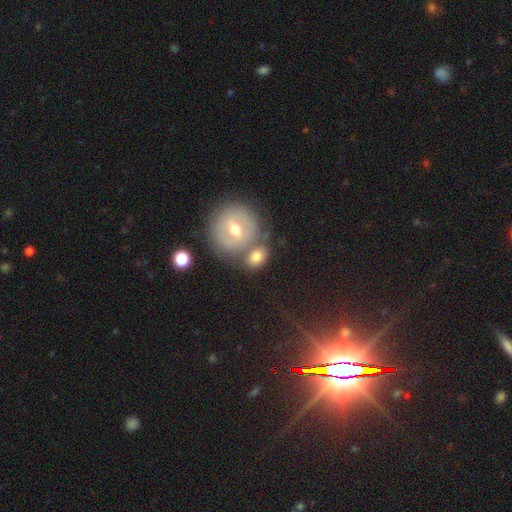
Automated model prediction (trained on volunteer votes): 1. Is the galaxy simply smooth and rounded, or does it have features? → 45% smooth, 39% featured or disk, 15% star or artifact.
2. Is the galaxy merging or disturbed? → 63% none, 22% merger, 11% minor disturbance, 4% major disturbance.